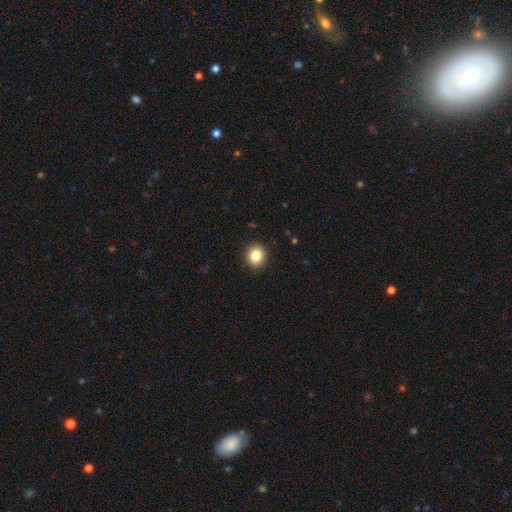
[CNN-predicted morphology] This is clearly a smooth galaxy (84%). How rounded: likely round (78%). Merging: clearly none (92%).